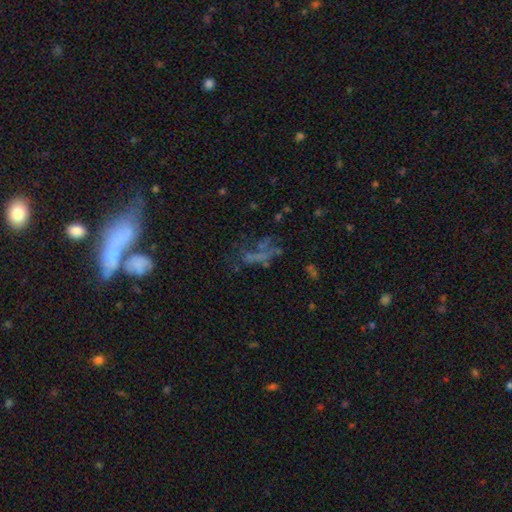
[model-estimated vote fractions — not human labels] Smooth or featured? featured or disk (35%)
Merging? none (41%)